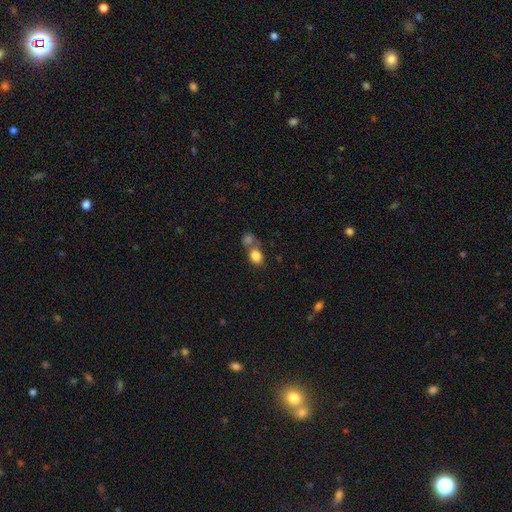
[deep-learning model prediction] Q: Smooth or featured?
A: smooth (83%); runner-up: star or artifact (9%)
Q: How rounded?
A: in between (53%); runner-up: round (46%)
Q: Merging?
A: none (45%); runner-up: merger (40%)